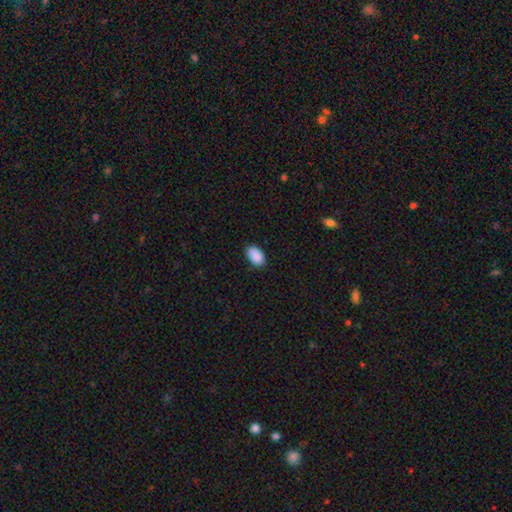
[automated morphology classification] Smooth or featured? smooth (91%)
How rounded? in between (92%)
Merging? none (86%)